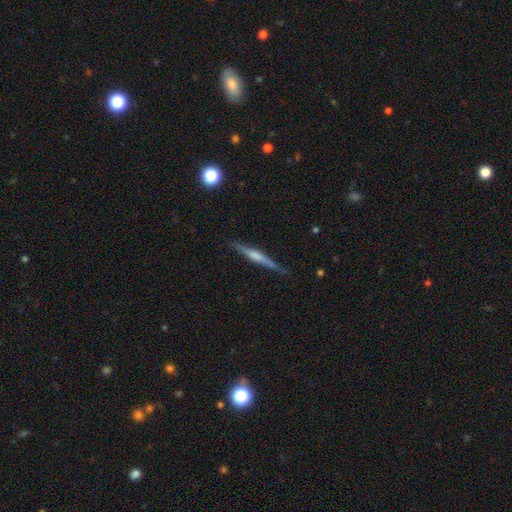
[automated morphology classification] smooth_or_featured: featured or disk (p=0.73) [alt: smooth p=0.20]
disk_edge_on: yes (p=0.98) [alt: no p=0.02]
edge_on_bulge: rounded (p=0.73) [alt: none p=0.16]
merging: none (p=0.88) [alt: minor disturbance p=0.09]